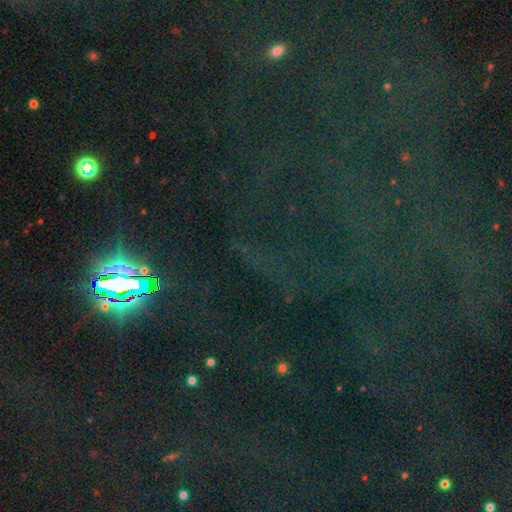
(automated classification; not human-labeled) star or artifact 85%, smooth 8%, featured or disk 7%.